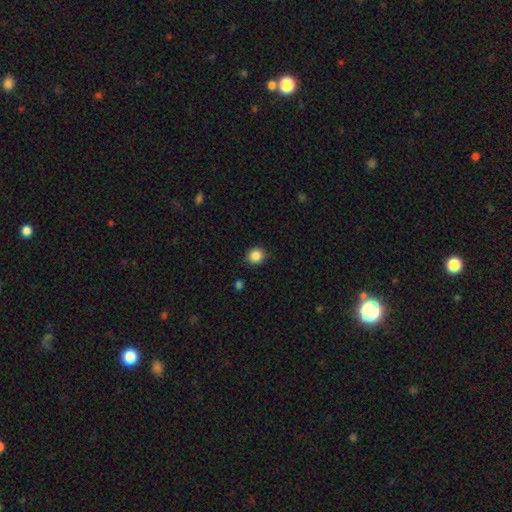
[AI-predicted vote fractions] smooth 87%, star or artifact 10%, featured or disk 3%. Down the decision tree: how rounded — round (85%); merging — none (89%).